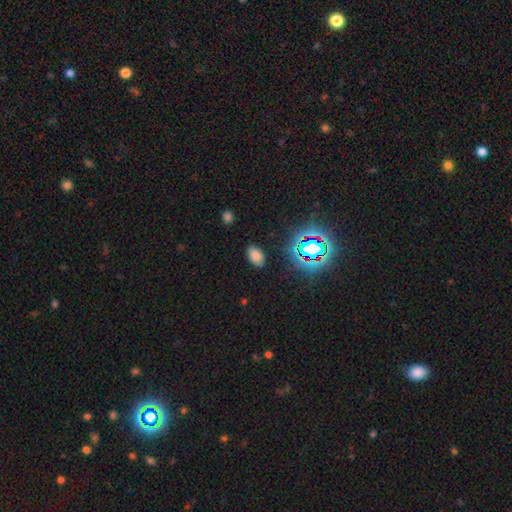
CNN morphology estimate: type=smooth (72%); roundness=in between (91%); merging=none (87%).